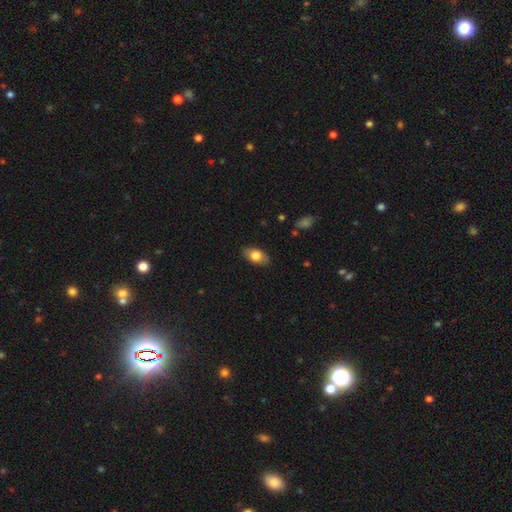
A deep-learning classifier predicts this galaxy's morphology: Overall: smooth (79%). How rounded: in between (90%). Merging: none (86%).